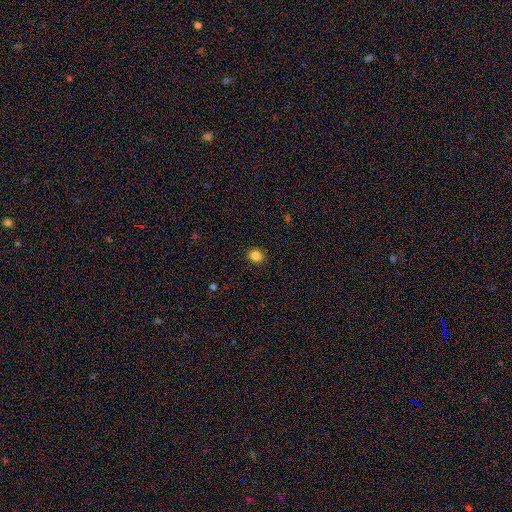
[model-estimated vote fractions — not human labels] Q: Smooth or featured?
A: smooth (84%); runner-up: star or artifact (12%)
Q: How rounded?
A: round (84%); runner-up: in between (15%)
Q: Merging?
A: none (90%); runner-up: minor disturbance (7%)